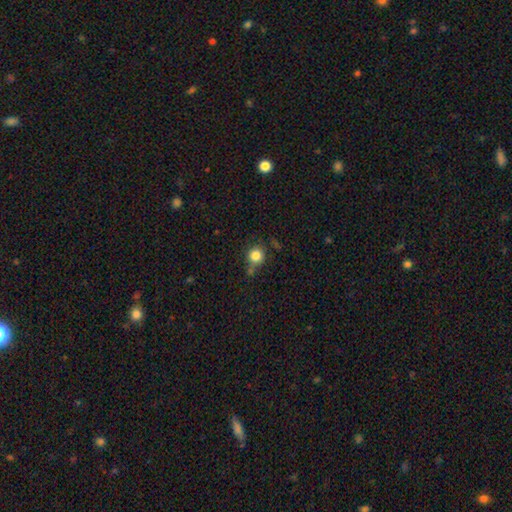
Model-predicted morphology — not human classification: Smooth or featured?
  - smooth: 83% *
  - star or artifact: 11%
  - featured or disk: 6%
How rounded?
  - round: 90% *
  - in between: 9%
  - cigar-shaped: 1%
Merging?
  - none: 66% *
  - minor disturbance: 17%
  - merger: 12%
  - major disturbance: 5%